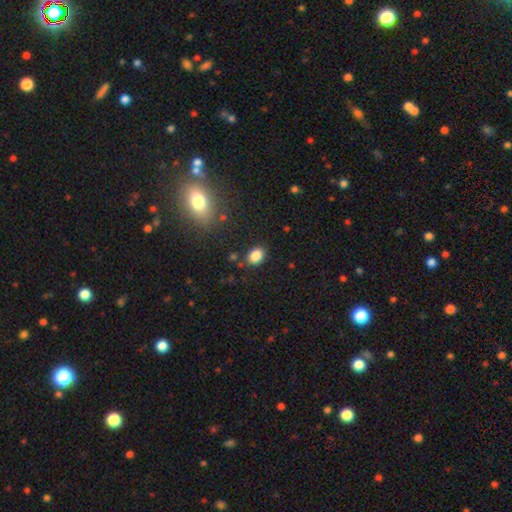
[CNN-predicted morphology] type=smooth (85%); roundness=in between (71%); merging=none (84%).